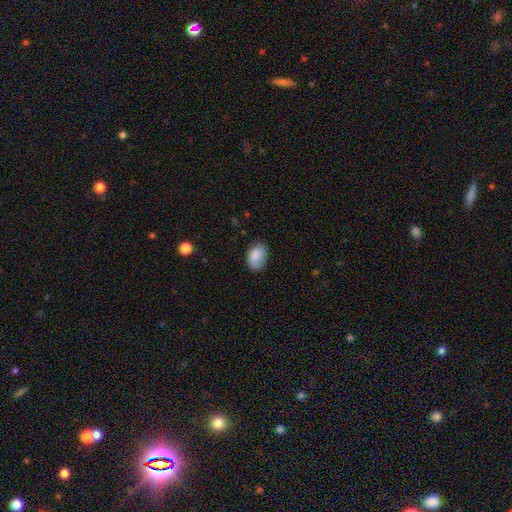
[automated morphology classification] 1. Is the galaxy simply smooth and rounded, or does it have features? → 86% smooth, 7% featured or disk, 7% star or artifact.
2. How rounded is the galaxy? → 88% in between, 11% round, 1% cigar-shaped.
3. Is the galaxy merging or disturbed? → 73% none, 22% minor disturbance, 5% major disturbance, 1% merger.